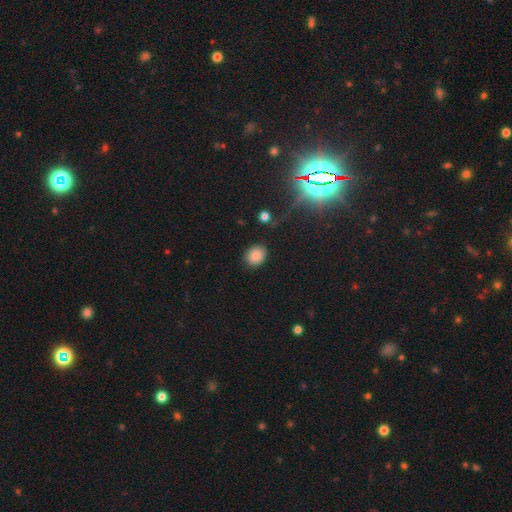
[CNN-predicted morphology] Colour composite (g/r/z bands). It shows a smooth galaxy with no disk features (84%) that is round (65%). Merging: none (85%).